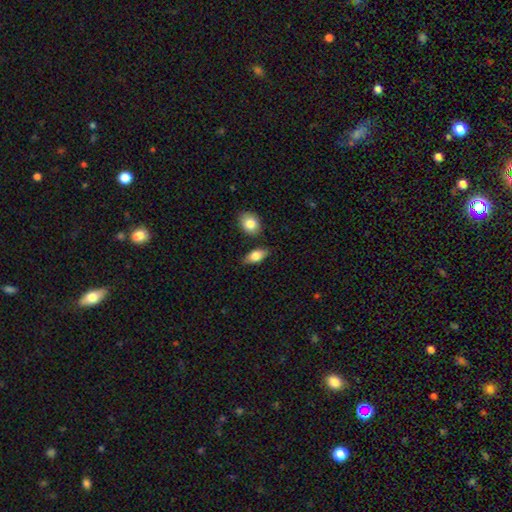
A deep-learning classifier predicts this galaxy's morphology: Smooth or featured: smooth — 77% (featured or disk — 16%)
How rounded: in between — 85% (cigar-shaped — 8%)
Merging: none — 77% (minor disturbance — 13%)